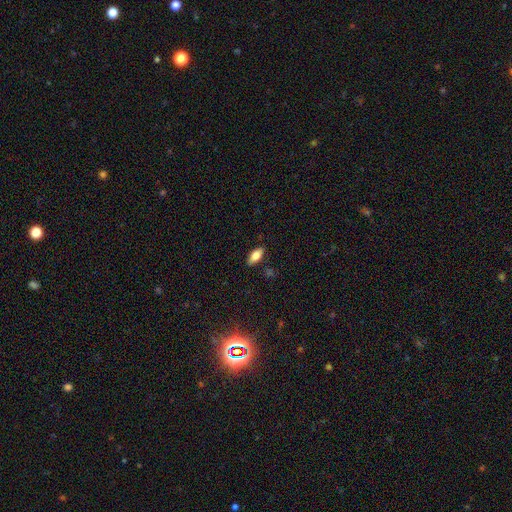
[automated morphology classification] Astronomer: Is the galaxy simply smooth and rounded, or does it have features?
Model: smooth — 76%.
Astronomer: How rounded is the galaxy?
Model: in between — 84%.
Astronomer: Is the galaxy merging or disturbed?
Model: none — 87%.